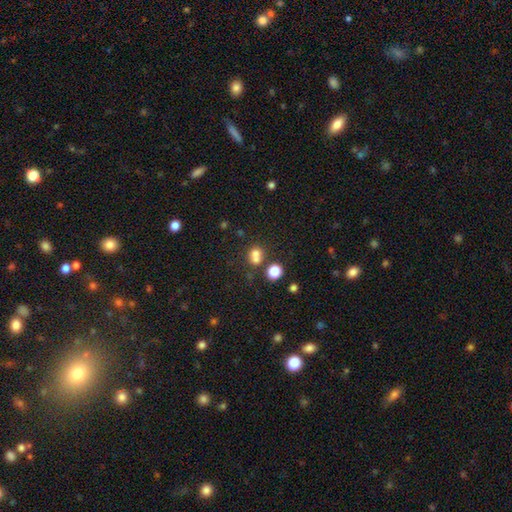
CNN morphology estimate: smooth-or-featured: smooth: 71% | star or artifact: 17% | featured or disk: 12%
  how-rounded: round: 77% | in between: 22% | cigar-shaped: 1%
  merging: merger: 48% | none: 41% | minor disturbance: 8% | major disturbance: 4%